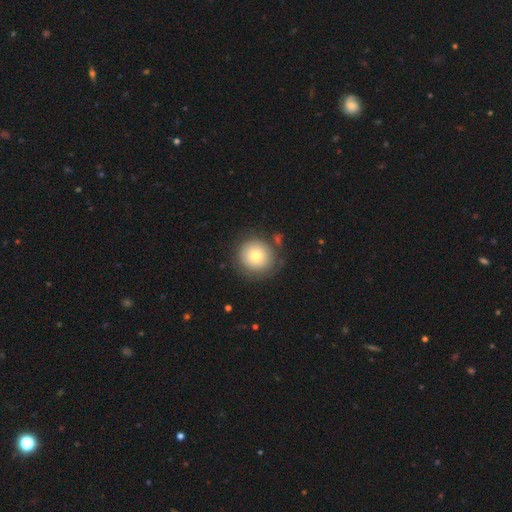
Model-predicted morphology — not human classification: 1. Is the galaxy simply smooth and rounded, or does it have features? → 75% smooth, 16% featured or disk, 9% star or artifact.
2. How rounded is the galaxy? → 95% round, 4% in between, 1% cigar-shaped.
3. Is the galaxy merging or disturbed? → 80% none, 12% minor disturbance, 5% major disturbance, 3% merger.